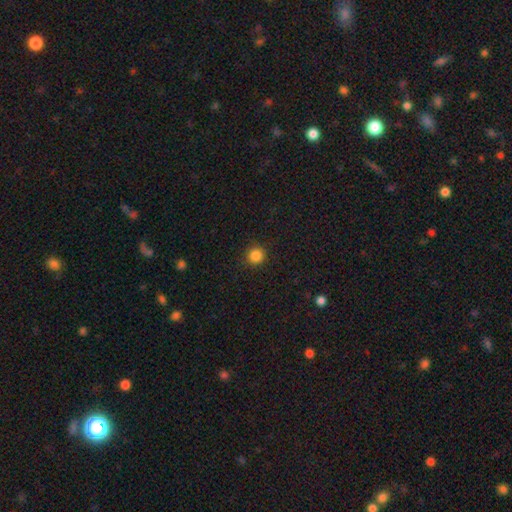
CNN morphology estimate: Smooth or featured? smooth (85%)
How rounded? round (94%)
Merging? none (91%)